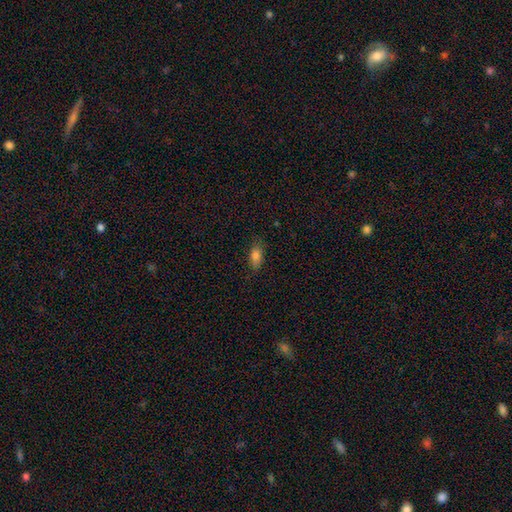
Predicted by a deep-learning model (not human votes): This appears to be a smooth galaxy with no disk features (82%) that is in between round and cigar-shaped (86%). Merging: none (78%).